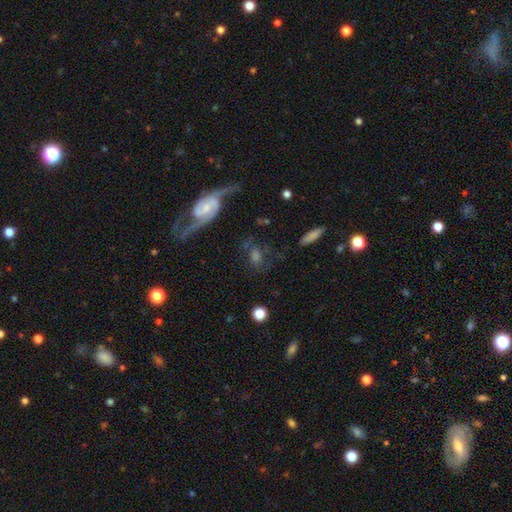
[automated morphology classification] This is possibly a featured or disk galaxy (54%). It is clearly not viewed edge-on (89%). Merging: possibly none (54%).